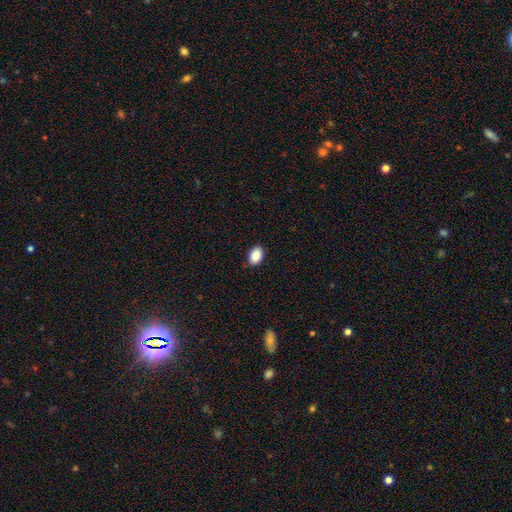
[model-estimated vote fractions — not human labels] Smooth or featured: smooth — 90% (star or artifact — 7%)
How rounded: in between — 86% (round — 12%)
Merging: none — 85% (minor disturbance — 12%)